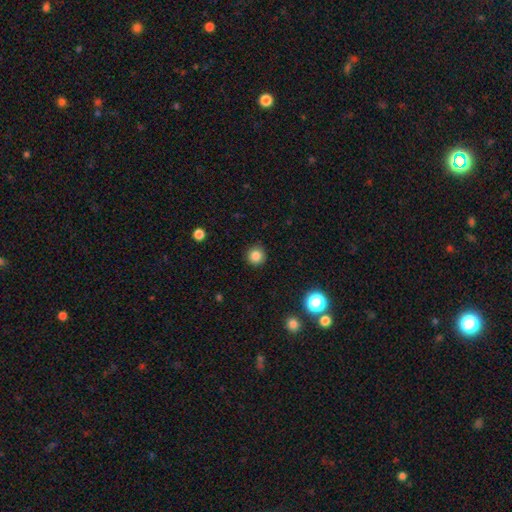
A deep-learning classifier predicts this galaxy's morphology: type=smooth (84%); roundness=round (95%); merging=none (92%).